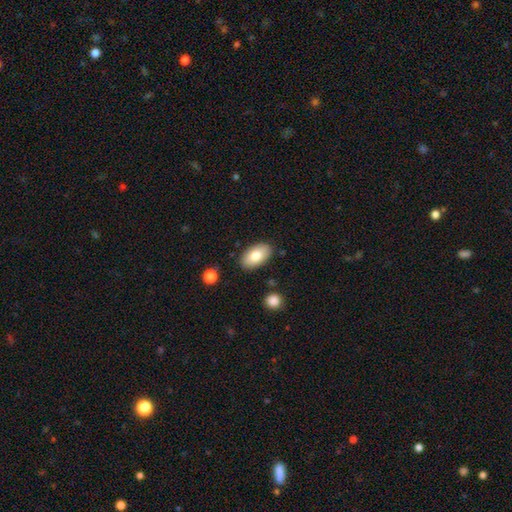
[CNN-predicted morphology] Q: Smooth or featured?
A: smooth (79%); runner-up: featured or disk (15%)
Q: How rounded?
A: in between (95%); runner-up: round (4%)
Q: Merging?
A: none (85%); runner-up: minor disturbance (11%)